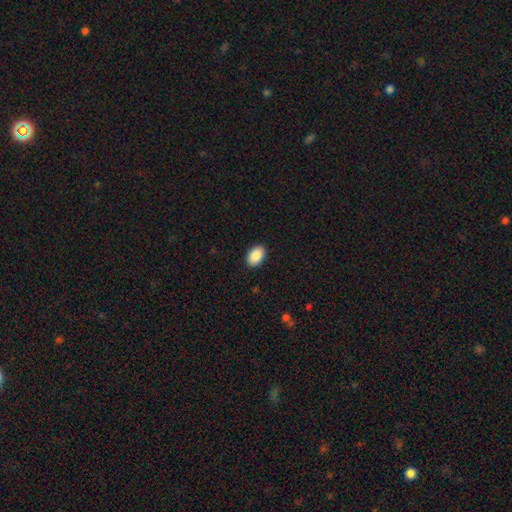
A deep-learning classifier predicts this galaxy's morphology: This is clearly a smooth galaxy (89%). How rounded: clearly in between (90%). Merging: clearly none (91%).